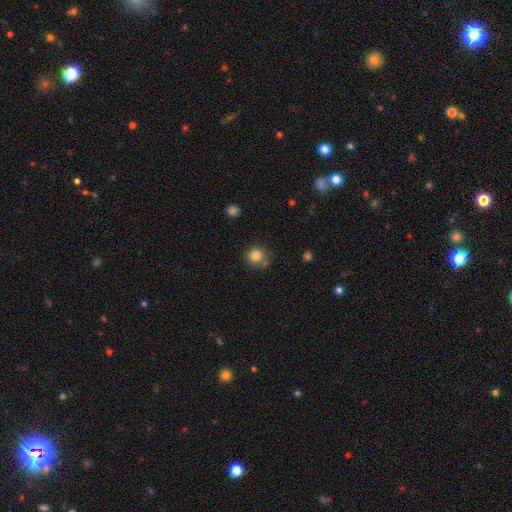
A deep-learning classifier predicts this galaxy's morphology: Smooth or featured: smooth — 83% (star or artifact — 11%)
How rounded: round — 88% (in between — 11%)
Merging: none — 67% (minor disturbance — 20%)